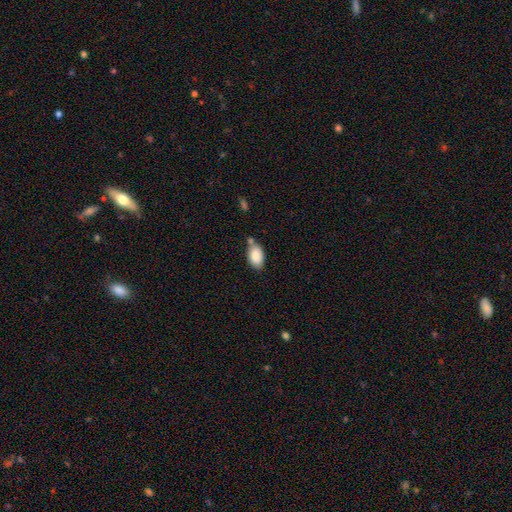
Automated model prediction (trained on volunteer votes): The model was most divided on "merging": none: 64%, minor disturbance: 18%, merger: 15%, major disturbance: 4%. More confident: how rounded — in between (91%); smooth or featured — smooth (85%).